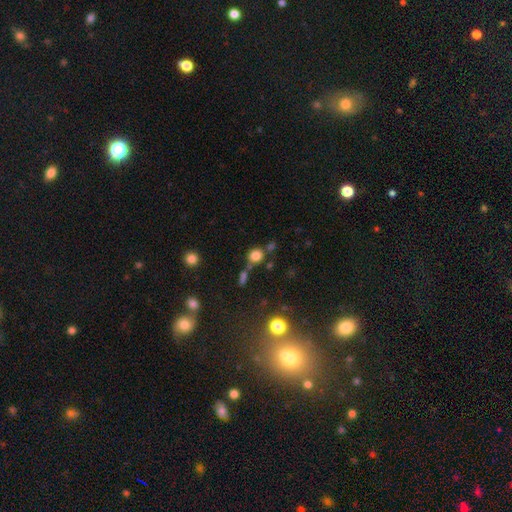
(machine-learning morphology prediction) Smooth or featured? Predicted: smooth (p=0.80). How rounded? Predicted: round (p=0.79). Merging? Predicted: none (p=0.66).